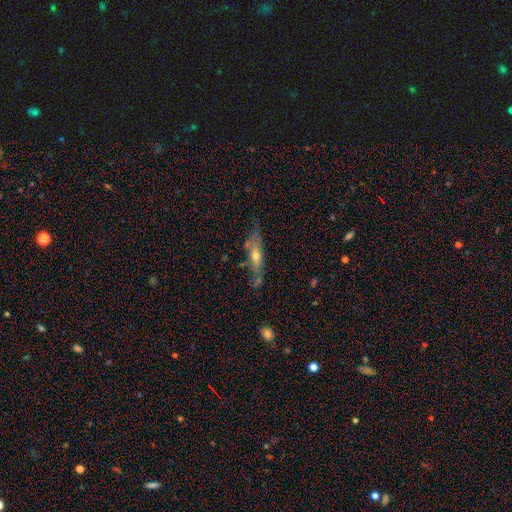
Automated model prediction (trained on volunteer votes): Smooth or featured? featured or disk (57%)
Edge-on disk? yes (57%)
Merging? none (61%)